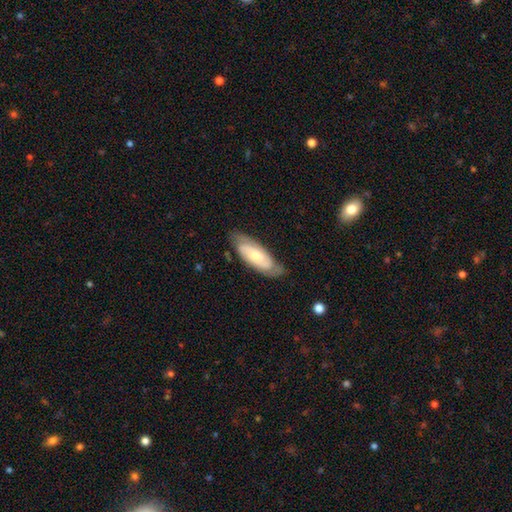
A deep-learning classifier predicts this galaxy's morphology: Smooth or featured: featured or disk — 61% (smooth — 34%)
Edge-on disk: no — 86% (yes — 14%)
Bar: no — 64% (weak — 27%)
Spiral arms: yes — 83% (no — 17%)
Bulge size: moderate — 49% (small — 44%)
Merging: none — 75% (minor disturbance — 19%)